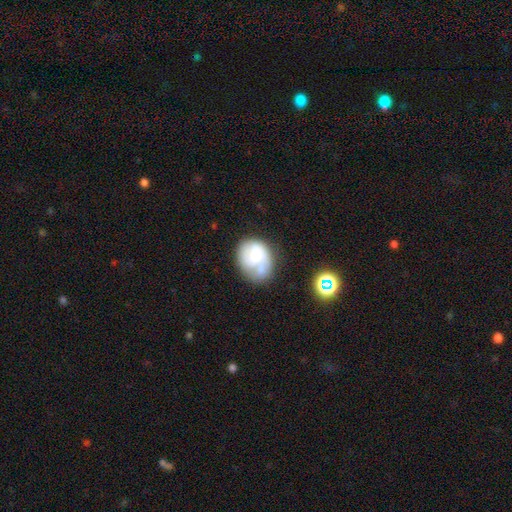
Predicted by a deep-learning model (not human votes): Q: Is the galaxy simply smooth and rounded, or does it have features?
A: featured or disk — 53%.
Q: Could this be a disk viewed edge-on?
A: no — 98%.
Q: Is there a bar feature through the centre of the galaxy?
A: no — 59%.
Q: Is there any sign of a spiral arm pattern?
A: yes — 78%.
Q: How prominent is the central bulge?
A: small — 41%.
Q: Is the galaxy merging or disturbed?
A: none — 48%.